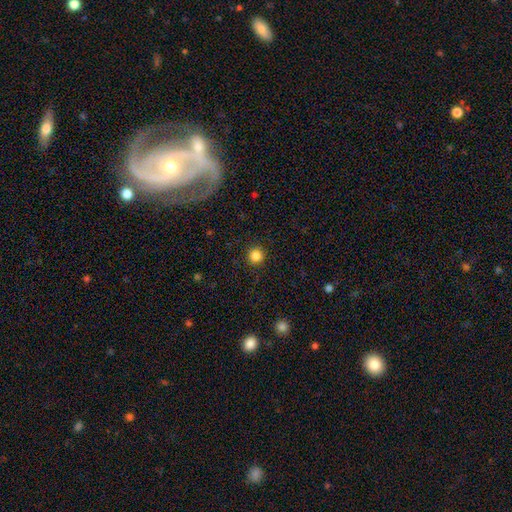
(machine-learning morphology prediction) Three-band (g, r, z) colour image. It shows a smooth galaxy with no disk features (85%) that is round (95%). Merging: none (92%).